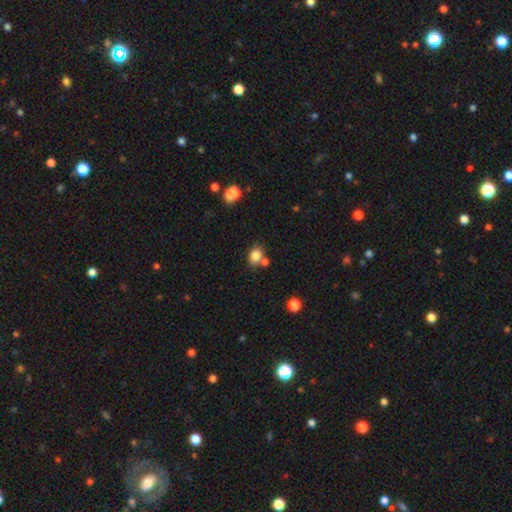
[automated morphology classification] A smooth galaxy with no disk features (83%) that is in between round and cigar-shaped (60%). Merging: none (60%).